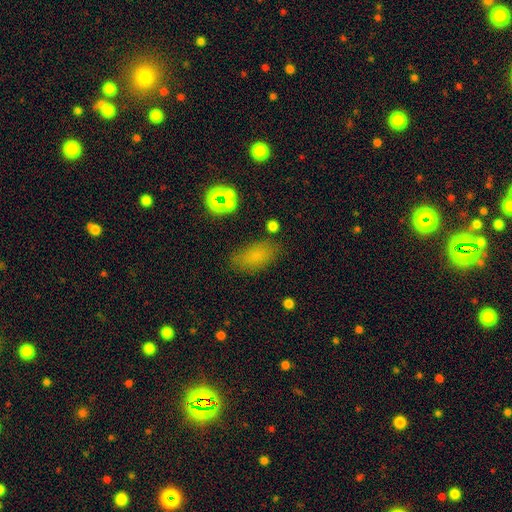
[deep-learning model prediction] Smooth or featured? Predicted: smooth (p=0.73). How rounded? Predicted: in between (p=0.88). Merging? Predicted: none (p=0.76).